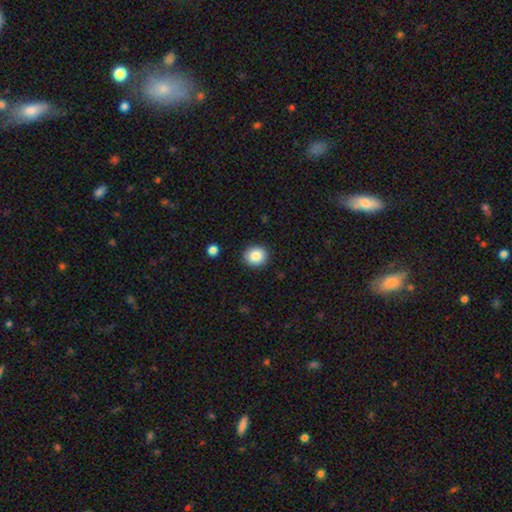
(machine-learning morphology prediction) Q: Smooth or featured?
A: smooth (86%); runner-up: star or artifact (9%)
Q: How rounded?
A: round (83%); runner-up: in between (16%)
Q: Merging?
A: none (90%); runner-up: minor disturbance (6%)